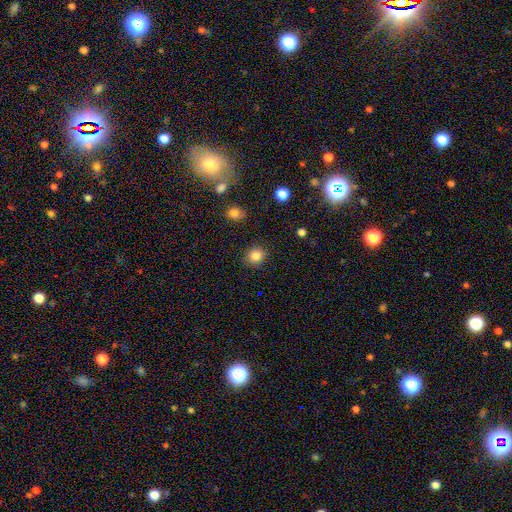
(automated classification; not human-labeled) Overall: smooth (85%). How rounded: round (83%). Merging: none (87%).